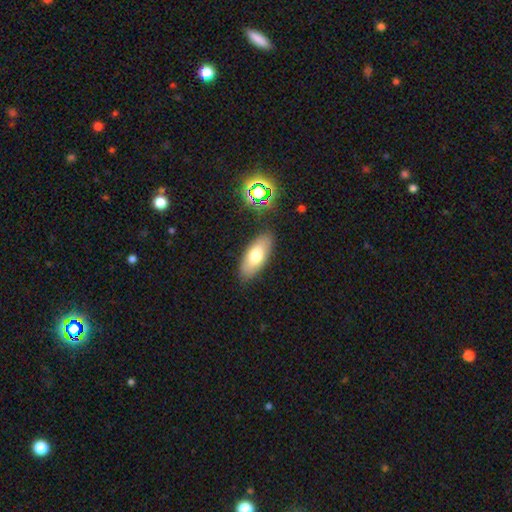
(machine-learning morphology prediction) Smooth or featured?
  - smooth: 71% *
  - featured or disk: 21%
  - star or artifact: 9%
How rounded?
  - in between: 84% *
  - cigar-shaped: 13%
  - round: 3%
Merging?
  - none: 84% *
  - minor disturbance: 11%
  - major disturbance: 3%
  - merger: 2%